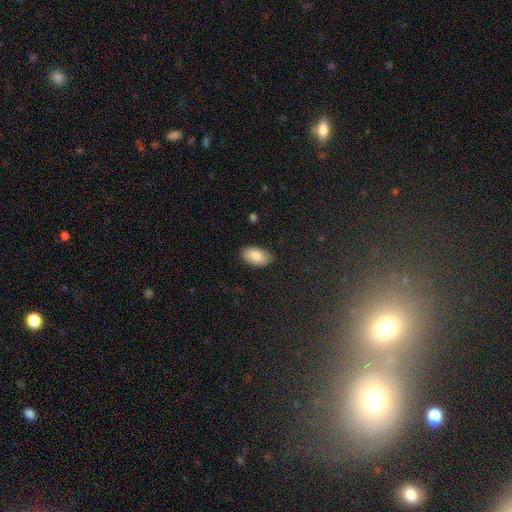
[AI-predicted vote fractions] A smooth galaxy with no disk features (85%) that is in between round and cigar-shaped (95%). Merging: none (87%).